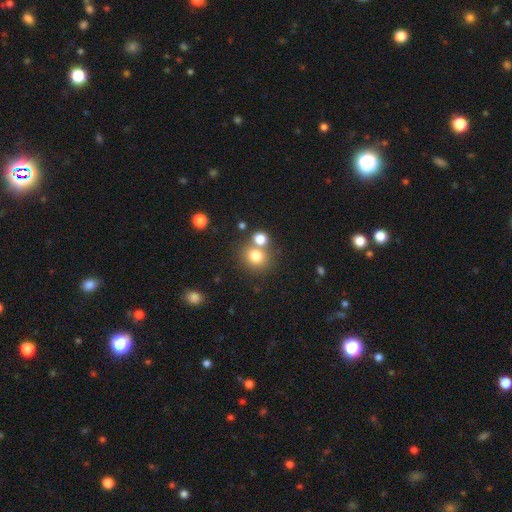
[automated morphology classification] A smooth galaxy with no disk features (78%) that is round (81%).

Vote fractions:
- Smooth or featured? smooth: 78% / star or artifact: 13% / featured or disk: 9%
- How rounded? round: 81% / in between: 18% / cigar-shaped: 1%
- Merging? none: 60% / merger: 27% / minor disturbance: 9% / major disturbance: 4%